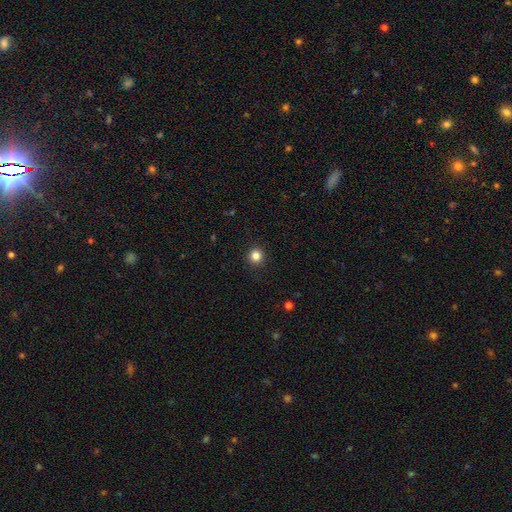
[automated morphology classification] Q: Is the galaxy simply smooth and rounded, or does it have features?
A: smooth — 84%.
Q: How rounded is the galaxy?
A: round — 93%.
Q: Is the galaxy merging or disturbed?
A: none — 92%.